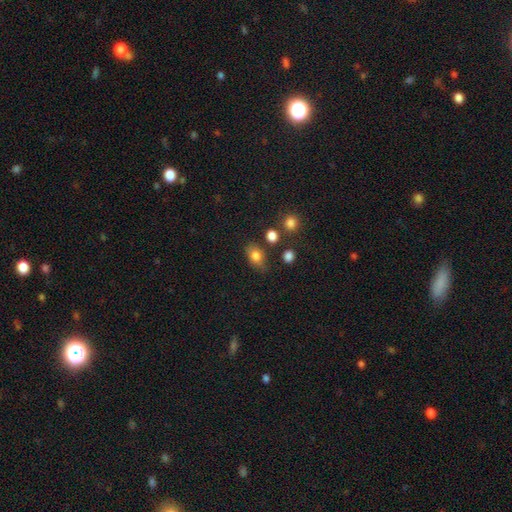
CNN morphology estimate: Overall: smooth (80%). How rounded: in between (72%). Merging: none (69%).